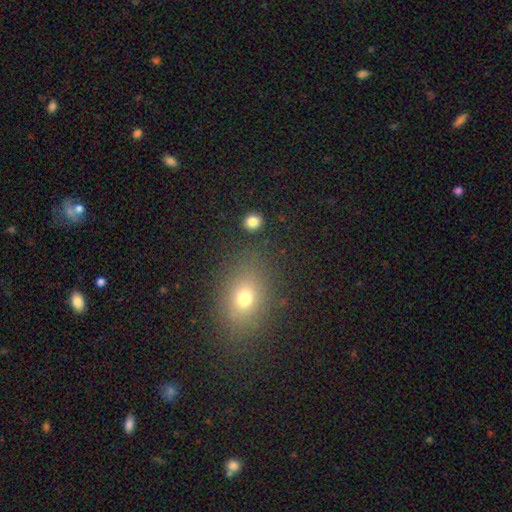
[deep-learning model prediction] Morphology: type=smooth (67%); roundness=in between (65%); merging=none (83%).